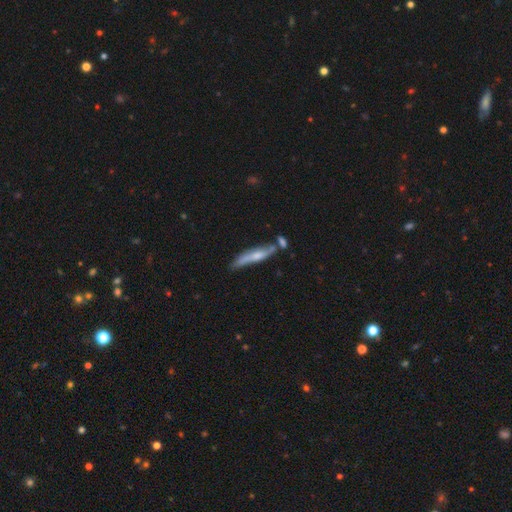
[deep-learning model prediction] A smooth galaxy with no disk features (48%). Merging: none (51%).